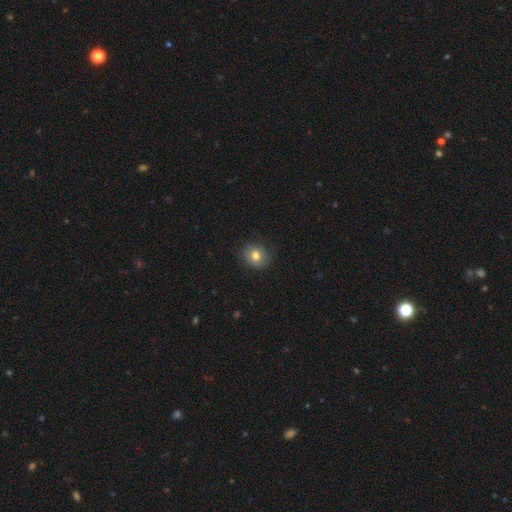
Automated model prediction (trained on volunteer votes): smooth_or_featured: smooth (p=0.76) [alt: featured or disk p=0.14]
how_rounded: round (p=0.78) [alt: in between p=0.21]
merging: none (p=0.83) [alt: minor disturbance p=0.13]